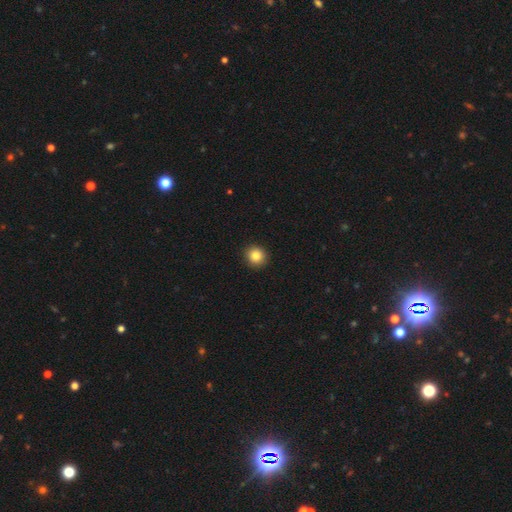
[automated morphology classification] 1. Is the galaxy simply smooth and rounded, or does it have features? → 85% smooth, 10% star or artifact, 5% featured or disk.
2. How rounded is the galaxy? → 90% round, 9% in between, 1% cigar-shaped.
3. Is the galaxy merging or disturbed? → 92% none, 5% minor disturbance, 2% major disturbance, 1% merger.